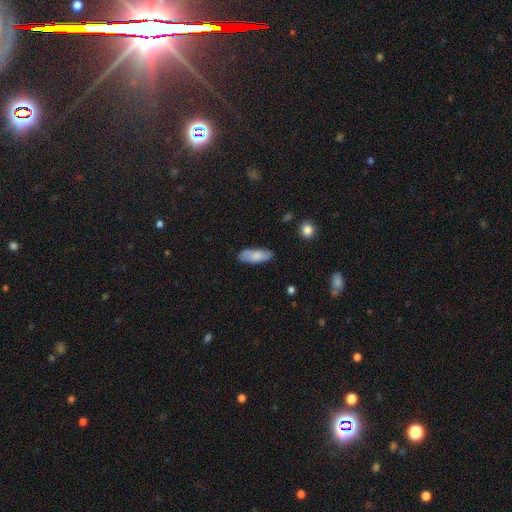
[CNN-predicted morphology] Smooth or featured?
  - smooth: 81% *
  - featured or disk: 13%
  - star or artifact: 6%
How rounded?
  - in between: 72% *
  - cigar-shaped: 26%
  - round: 2%
Merging?
  - none: 80% *
  - minor disturbance: 15%
  - major disturbance: 3%
  - merger: 2%